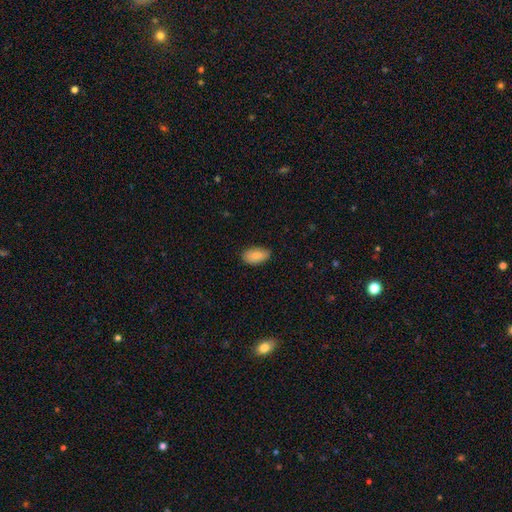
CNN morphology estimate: Q: Smooth or featured?
A: smooth (84%); runner-up: featured or disk (9%)
Q: How rounded?
A: in between (93%); runner-up: round (4%)
Q: Merging?
A: none (79%); runner-up: minor disturbance (18%)